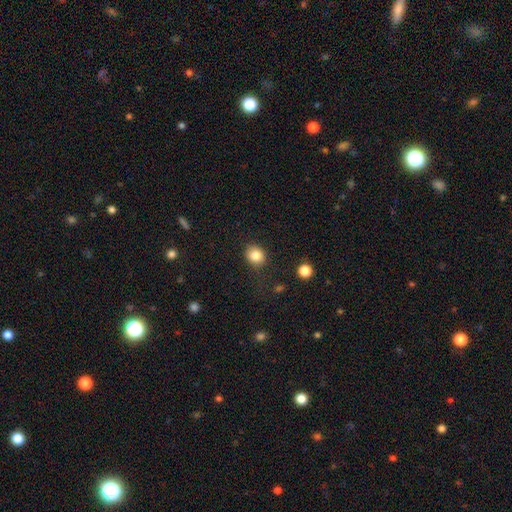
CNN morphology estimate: A smooth galaxy with no disk features (83%) that is round (68%). Merging: none (81%).